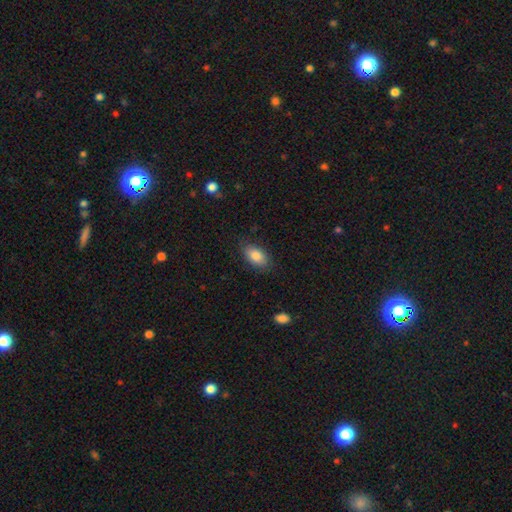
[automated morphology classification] This is clearly a smooth galaxy (85%). How rounded: clearly in between (92%). Merging: clearly none (82%).